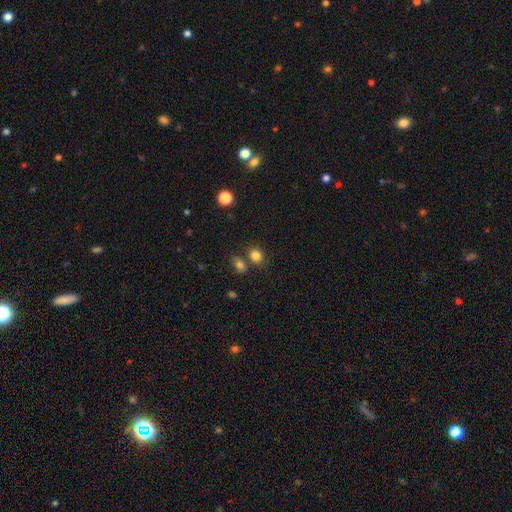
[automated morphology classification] Smooth or featured?
  - smooth: 82% *
  - star or artifact: 12%
  - featured or disk: 6%
How rounded?
  - round: 61% *
  - in between: 38%
  - cigar-shaped: 1%
Merging?
  - none: 68% *
  - merger: 17%
  - minor disturbance: 11%
  - major disturbance: 4%